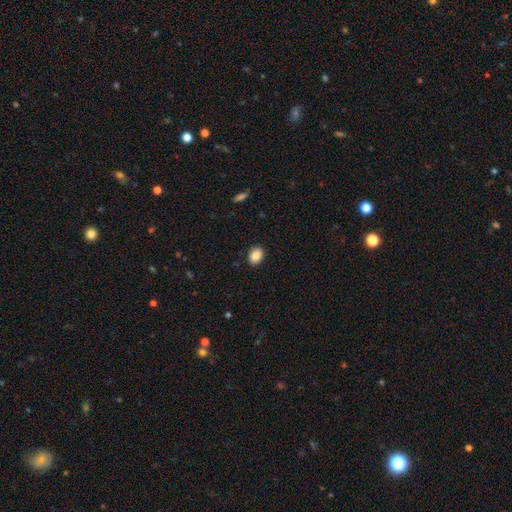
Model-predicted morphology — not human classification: Overall: smooth (87%). How rounded: in between (71%). Merging: none (89%).